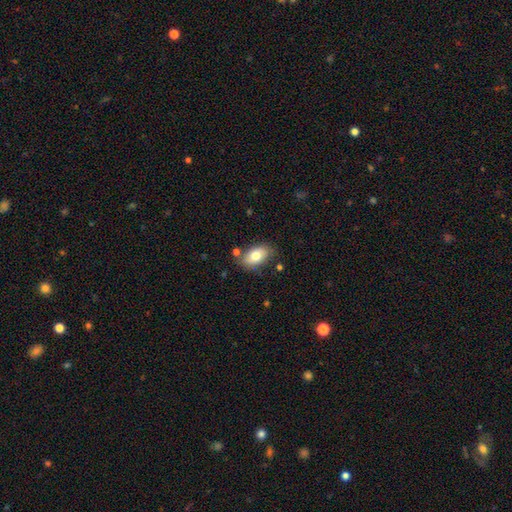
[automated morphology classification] smooth_or_featured: smooth (p=0.75) [alt: featured or disk p=0.18]
how_rounded: in between (p=0.91) [alt: round p=0.07]
merging: none (p=0.75) [alt: minor disturbance p=0.16]